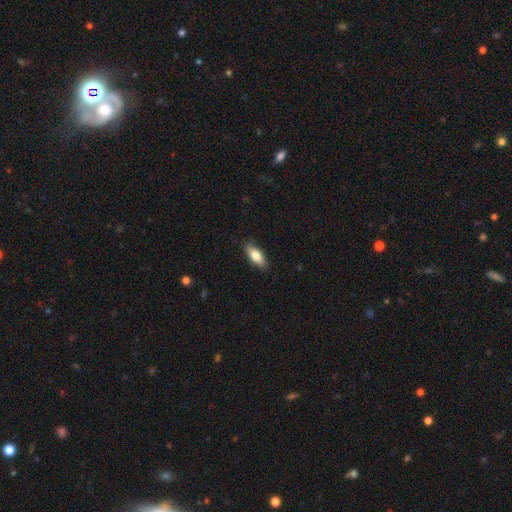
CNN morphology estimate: Smooth or featured?
  - smooth: 80% *
  - featured or disk: 14%
  - star or artifact: 6%
How rounded?
  - in between: 78% *
  - cigar-shaped: 19%
  - round: 2%
Merging?
  - none: 88% *
  - minor disturbance: 9%
  - major disturbance: 2%
  - merger: 1%